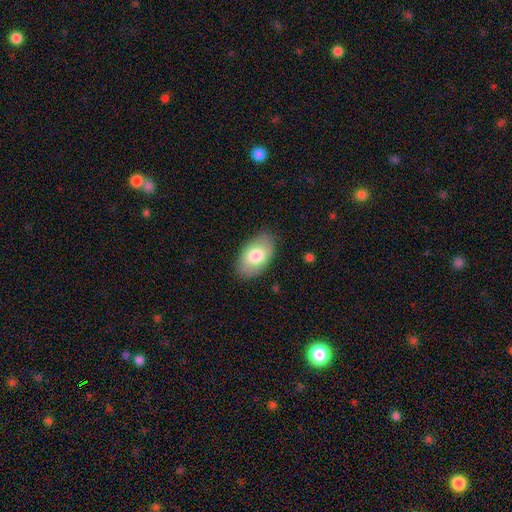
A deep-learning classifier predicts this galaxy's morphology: Smooth or featured?
  - smooth: 76% *
  - featured or disk: 17%
  - star or artifact: 6%
How rounded?
  - in between: 93% *
  - round: 5%
  - cigar-shaped: 1%
Merging?
  - none: 85% *
  - minor disturbance: 11%
  - major disturbance: 3%
  - merger: 1%